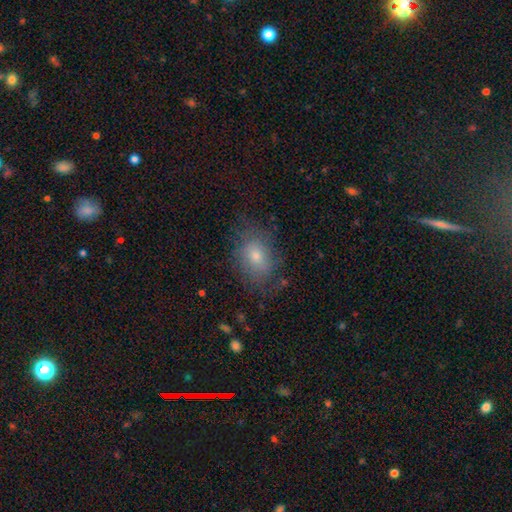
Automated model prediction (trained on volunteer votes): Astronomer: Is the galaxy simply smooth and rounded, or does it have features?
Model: smooth — 63%.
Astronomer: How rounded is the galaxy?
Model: in between — 72%.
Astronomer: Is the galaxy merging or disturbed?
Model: none — 68%.